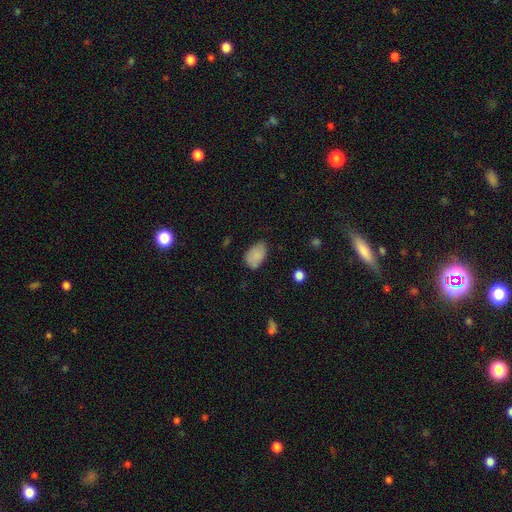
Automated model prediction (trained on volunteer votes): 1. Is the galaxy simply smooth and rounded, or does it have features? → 84% smooth, 8% star or artifact, 8% featured or disk.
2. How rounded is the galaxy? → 90% in between, 8% round, 1% cigar-shaped.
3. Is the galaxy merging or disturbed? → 64% none, 29% minor disturbance, 6% major disturbance, 2% merger.